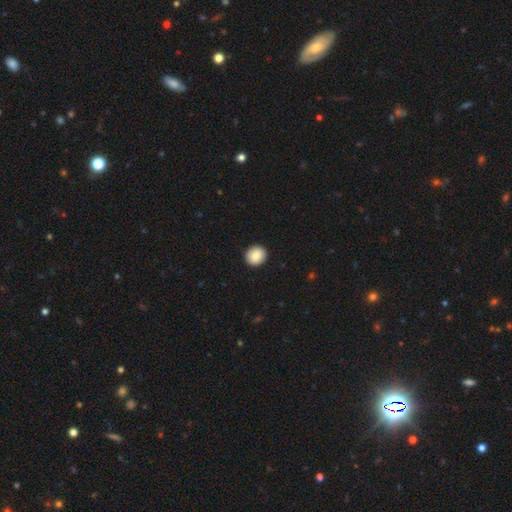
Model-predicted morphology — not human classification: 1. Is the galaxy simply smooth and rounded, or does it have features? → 85% smooth, 7% star or artifact, 7% featured or disk.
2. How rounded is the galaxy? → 87% round, 12% in between, 1% cigar-shaped.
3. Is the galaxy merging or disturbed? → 92% none, 5% minor disturbance, 1% major disturbance, 1% merger.